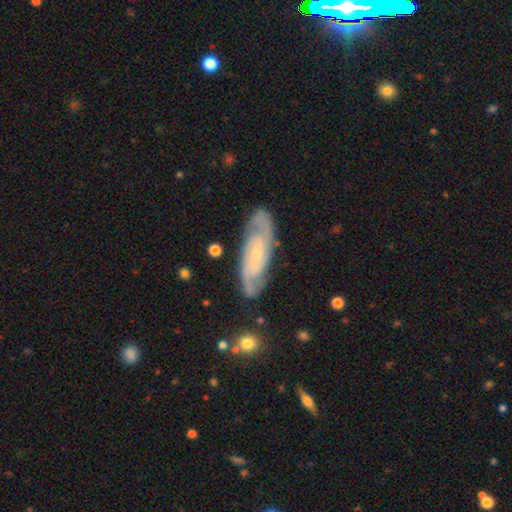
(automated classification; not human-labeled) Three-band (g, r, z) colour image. It shows a featured or disk galaxy (83%) with no bar (46%), 2 (77%) tight (50%) spiral arms (96%) and a small central bulge (70%). Merging: none (81%).